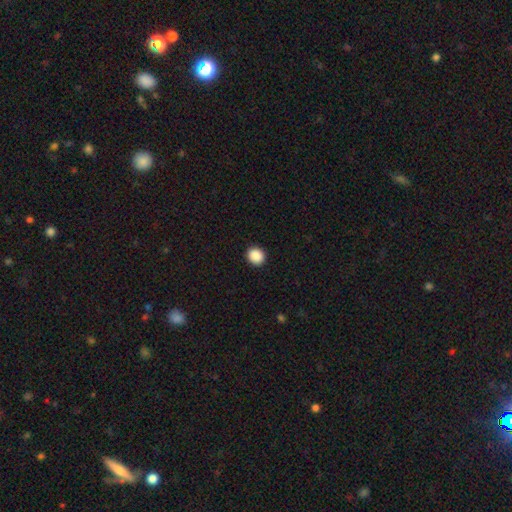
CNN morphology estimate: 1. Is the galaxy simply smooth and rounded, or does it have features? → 89% smooth, 9% star or artifact, 2% featured or disk.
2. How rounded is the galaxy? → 78% round, 21% in between, 1% cigar-shaped.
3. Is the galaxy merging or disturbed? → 92% none, 6% minor disturbance, 2% major disturbance, 1% merger.